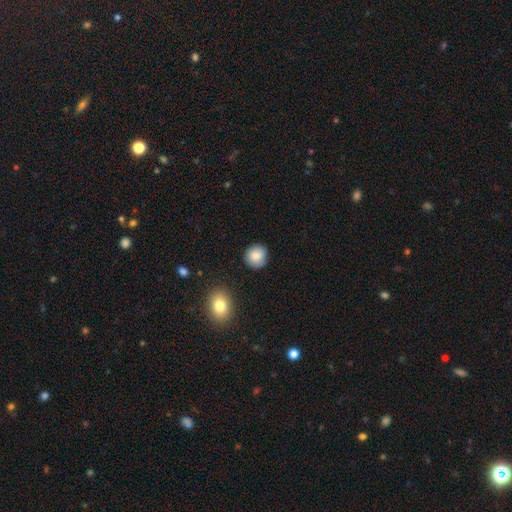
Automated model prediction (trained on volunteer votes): This is clearly a smooth galaxy (84%). How rounded: clearly round (89%). Merging: clearly none (87%).